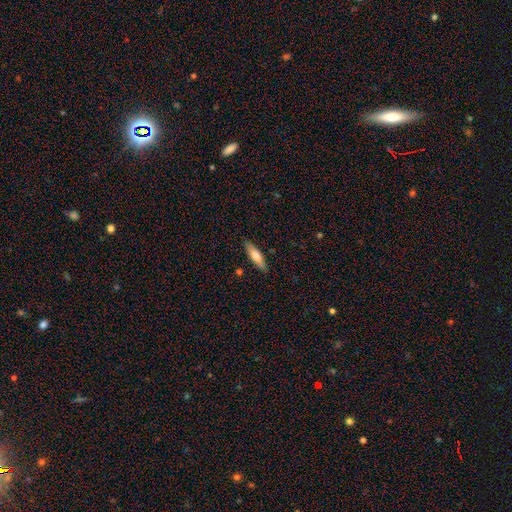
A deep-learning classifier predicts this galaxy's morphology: The model was most divided on "how rounded": cigar-shaped: 64%, in between: 34%, round: 2%. More confident: merging — none (87%); smooth or featured — smooth (66%).